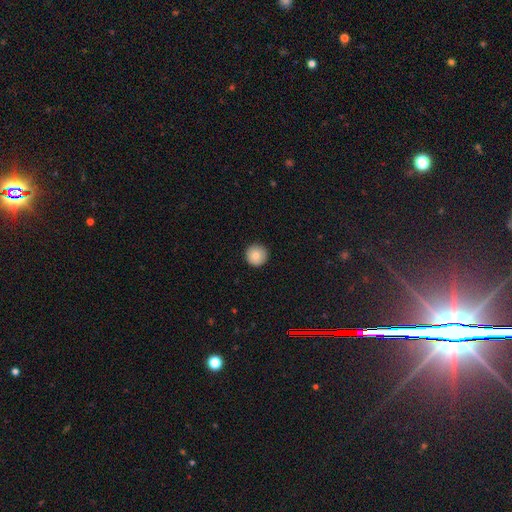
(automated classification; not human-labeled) Smooth or featured? smooth (83%)
How rounded? round (96%)
Merging? none (92%)